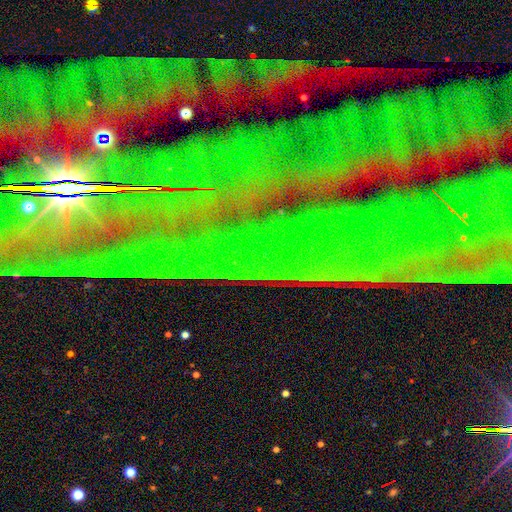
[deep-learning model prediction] Overall: star or artifact (85%).